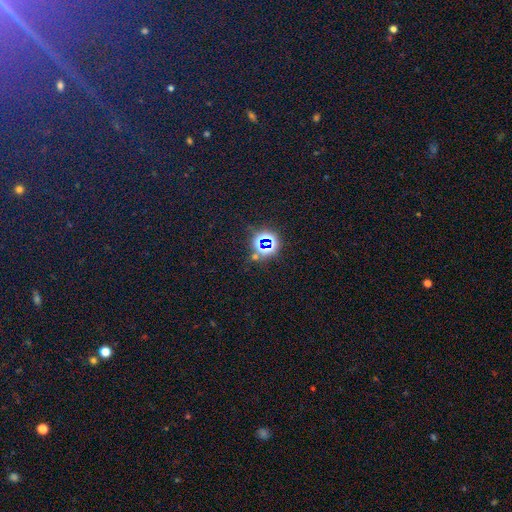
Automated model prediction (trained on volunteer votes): star or artifact 76%, smooth 15%, featured or disk 8%.